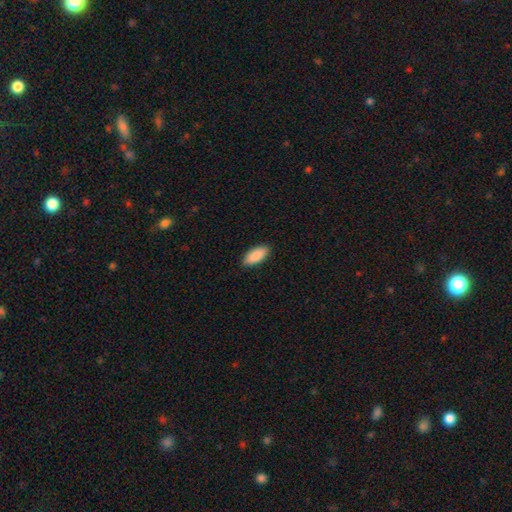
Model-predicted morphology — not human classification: A smooth galaxy with no disk features (90%) that is in between round and cigar-shaped (86%).

Vote fractions:
- Smooth or featured? smooth: 90% / star or artifact: 6% / featured or disk: 4%
- How rounded? in between: 86% / cigar-shaped: 12% / round: 2%
- Merging? none: 89% / minor disturbance: 9% / major disturbance: 2% / merger: 1%